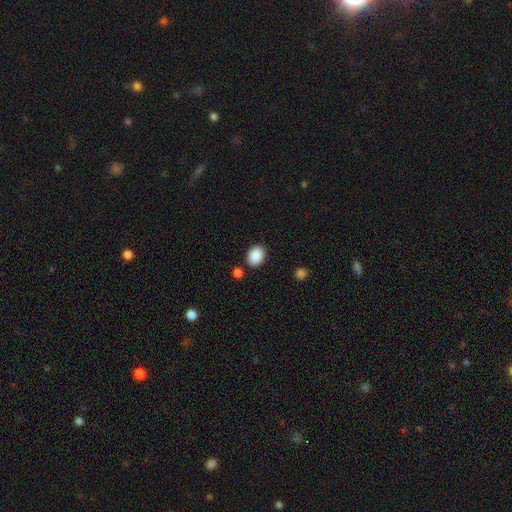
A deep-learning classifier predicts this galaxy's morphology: type=smooth (89%); roundness=in between (72%); merging=none (84%).